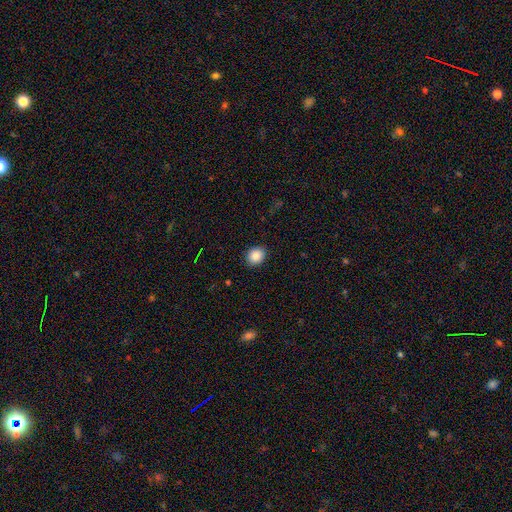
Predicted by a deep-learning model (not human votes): A smooth galaxy with no disk features (86%) that is round (66%). Merging: none (90%).